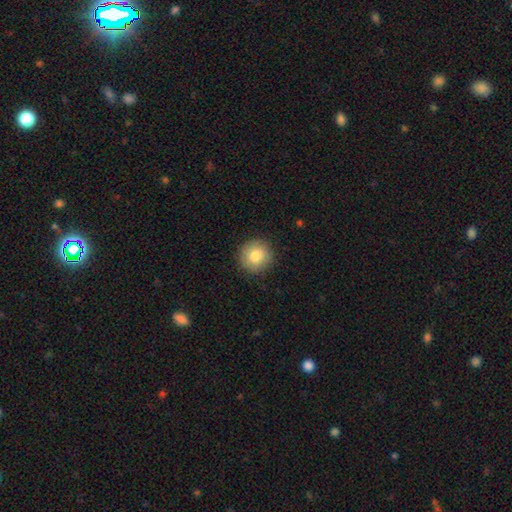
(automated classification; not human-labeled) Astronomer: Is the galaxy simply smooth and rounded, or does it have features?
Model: smooth — 81%.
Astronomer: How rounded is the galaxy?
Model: round — 93%.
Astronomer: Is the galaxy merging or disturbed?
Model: none — 89%.